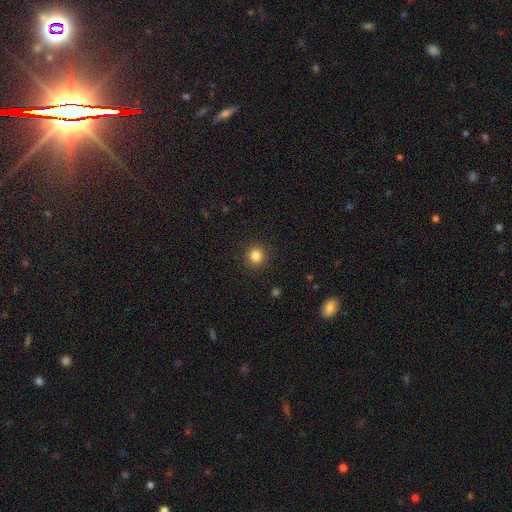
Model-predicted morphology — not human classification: Smooth or featured? Predicted: smooth (p=0.84). How rounded? Predicted: round (p=0.93). Merging? Predicted: none (p=0.91).